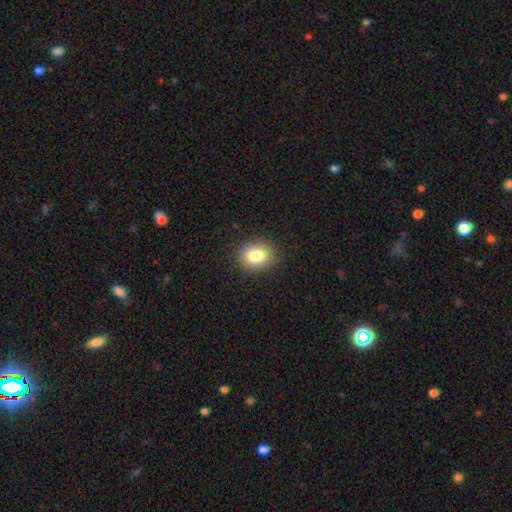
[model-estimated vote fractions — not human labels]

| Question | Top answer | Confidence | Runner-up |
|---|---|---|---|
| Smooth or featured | smooth | 83% | star or artifact (10%) |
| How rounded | round | 56% | in between (43%) |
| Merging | none | 89% | minor disturbance (8%) |